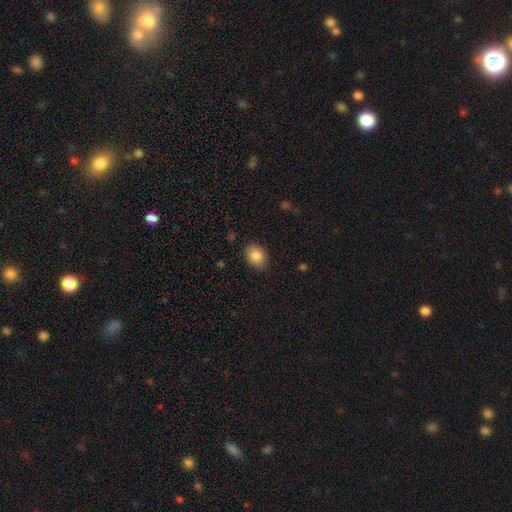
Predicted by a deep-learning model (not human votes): Smooth or featured? smooth (87%)
How rounded? in between (67%)
Merging? none (86%)